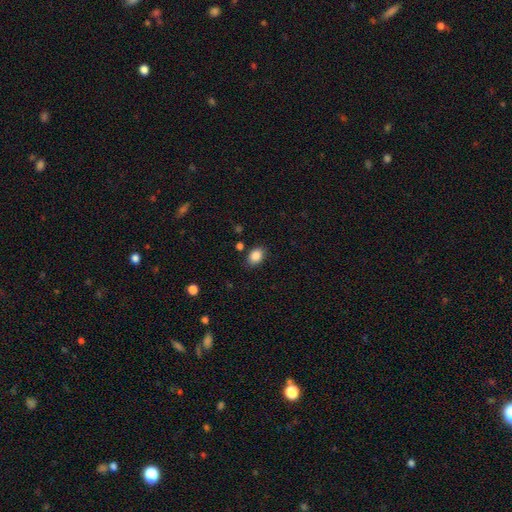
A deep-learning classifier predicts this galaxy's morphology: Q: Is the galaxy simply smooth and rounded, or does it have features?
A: smooth — 87%.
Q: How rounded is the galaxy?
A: in between — 75%.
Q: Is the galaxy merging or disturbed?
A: none — 83%.